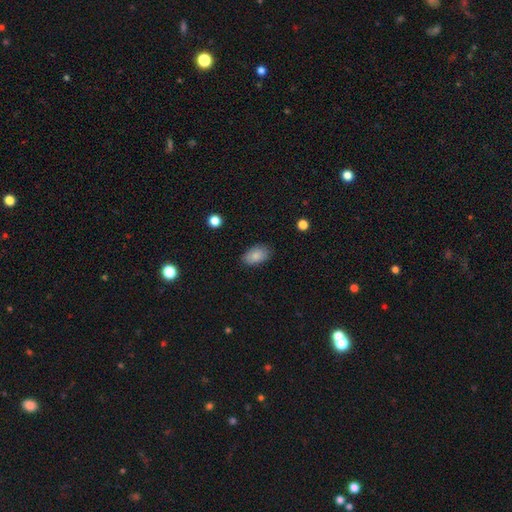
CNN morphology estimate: Overall: smooth (85%). How rounded: in between (92%). Merging: none (82%).